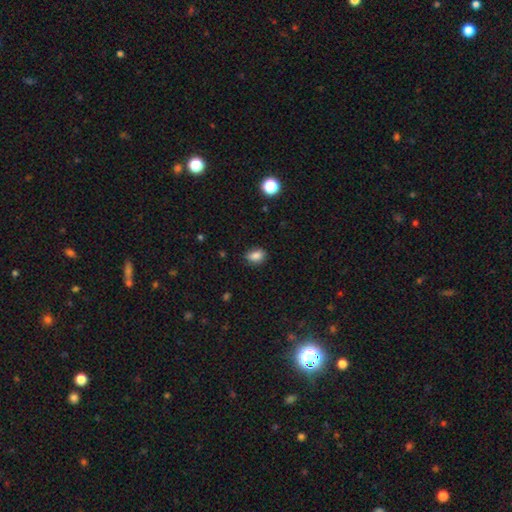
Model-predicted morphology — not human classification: smooth-or-featured: smooth: 85% | star or artifact: 10% | featured or disk: 5%
  how-rounded: in between: 76% | round: 22% | cigar-shaped: 2%
  merging: none: 80% | minor disturbance: 16% | major disturbance: 3% | merger: 1%